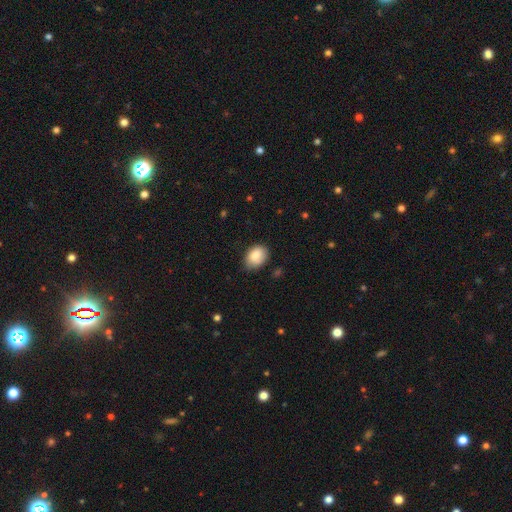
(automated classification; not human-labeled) Smooth or featured? Predicted: smooth (p=0.85). How rounded? Predicted: in between (p=0.75). Merging? Predicted: none (p=0.71).